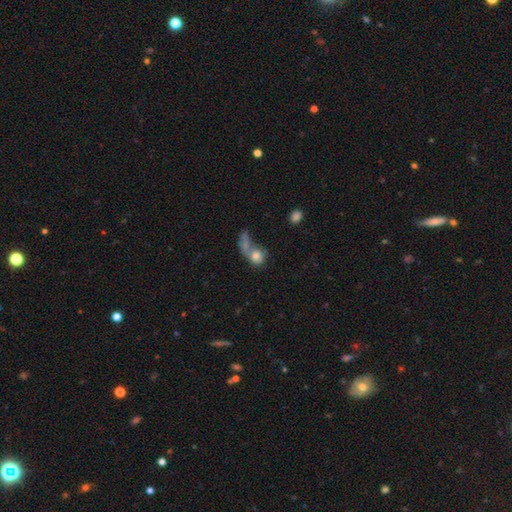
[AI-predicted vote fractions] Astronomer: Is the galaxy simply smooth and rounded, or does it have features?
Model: smooth — 71%.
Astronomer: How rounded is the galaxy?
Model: round — 58% (runner-up: in between, 38%).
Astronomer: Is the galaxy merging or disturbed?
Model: merger — 48% (runner-up: none, 25%).